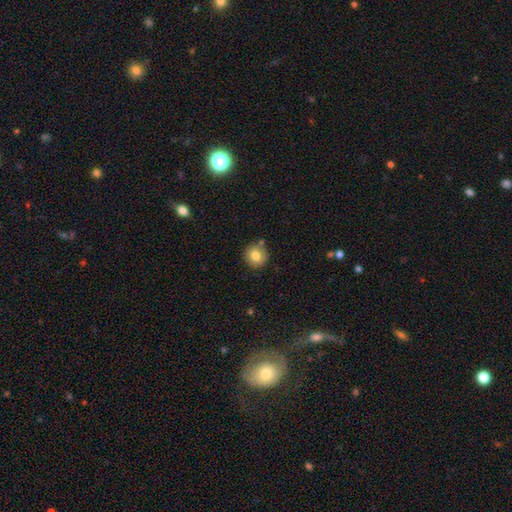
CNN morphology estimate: A smooth galaxy with no disk features (79%) that is round (92%). Merging: none (82%).